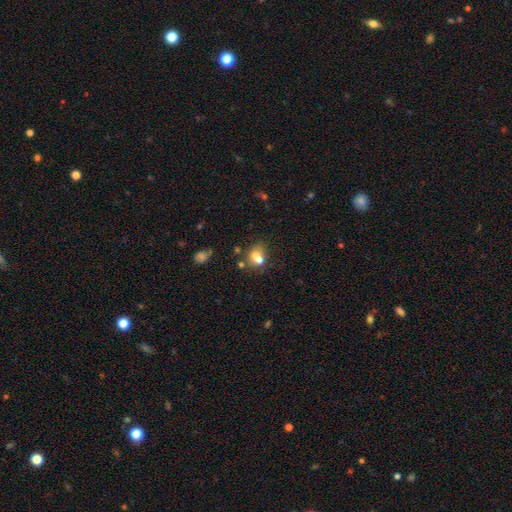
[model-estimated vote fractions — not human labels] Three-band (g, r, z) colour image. It shows a smooth galaxy with no disk features (66%) that is in between round and cigar-shaped (52%). Merging: merger (46%).